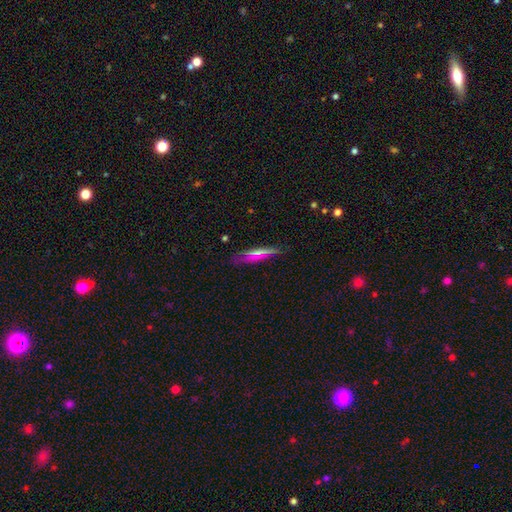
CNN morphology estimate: A featured or disk galaxy (46%).

Vote fractions:
- Smooth or featured? featured or disk: 46% / smooth: 44% / star or artifact: 10%
- Merging? none: 73% / minor disturbance: 19% / major disturbance: 6% / merger: 2%